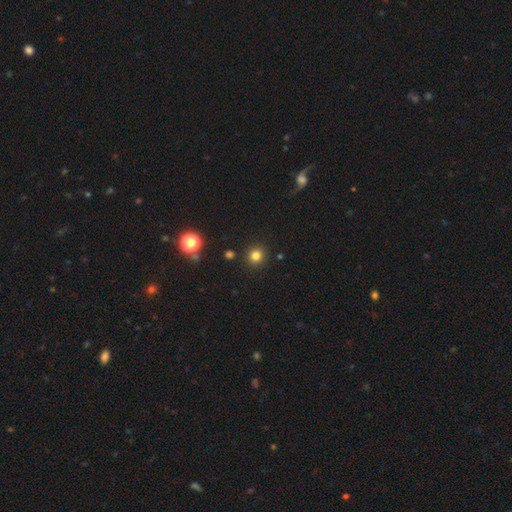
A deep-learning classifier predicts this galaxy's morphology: This appears to be a smooth galaxy with no disk features (81%) that is round (91%). Merging: none (91%).